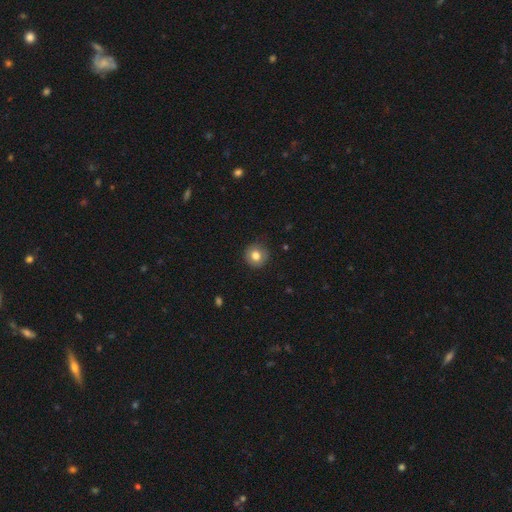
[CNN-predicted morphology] smooth-or-featured: smooth: 80% | featured or disk: 11% | star or artifact: 9%
  how-rounded: round: 92% | in between: 7% | cigar-shaped: 1%
  merging: none: 86% | minor disturbance: 10% | major disturbance: 3% | merger: 1%